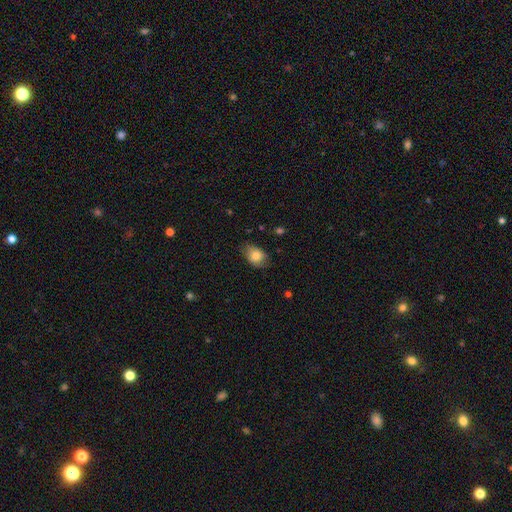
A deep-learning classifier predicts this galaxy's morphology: Overall: smooth (80%). How rounded: in between (76%). Merging: none (71%).